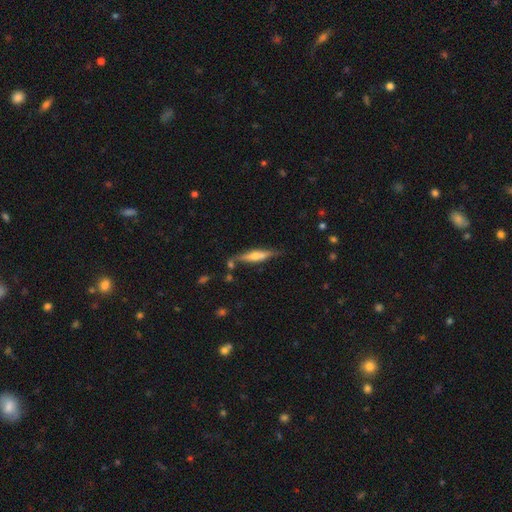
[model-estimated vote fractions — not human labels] Smooth or featured? featured or disk (57%)
Edge-on disk? yes (92%)
Edge-on bulge? rounded (77%)
Merging? none (72%)